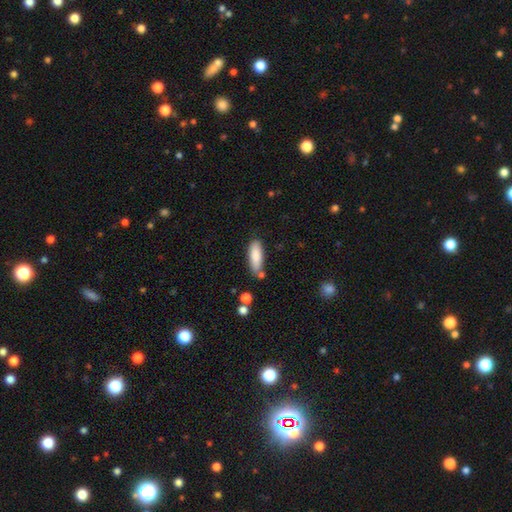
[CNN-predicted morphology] smooth-or-featured: smooth: 86% | featured or disk: 8% | star or artifact: 6%
  how-rounded: in between: 61% | cigar-shaped: 37% | round: 2%
  merging: none: 69% | minor disturbance: 19% | merger: 8% | major disturbance: 4%